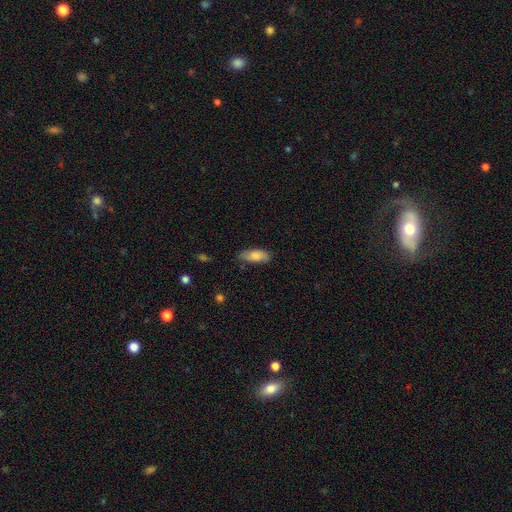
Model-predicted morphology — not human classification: This appears to be a smooth galaxy with no disk features (82%) that is in between round and cigar-shaped (77%). Merging: none (74%).